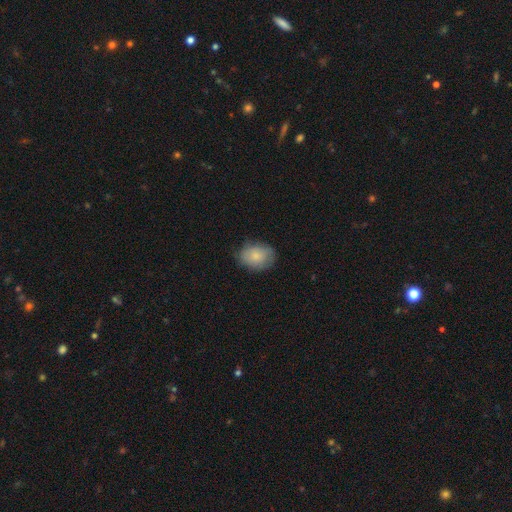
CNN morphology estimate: smooth-or-featured: smooth: 81% | featured or disk: 13% | star or artifact: 7%
  how-rounded: in between: 65% | round: 35% | cigar-shaped: 1%
  merging: none: 74% | minor disturbance: 20% | major disturbance: 4% | merger: 1%